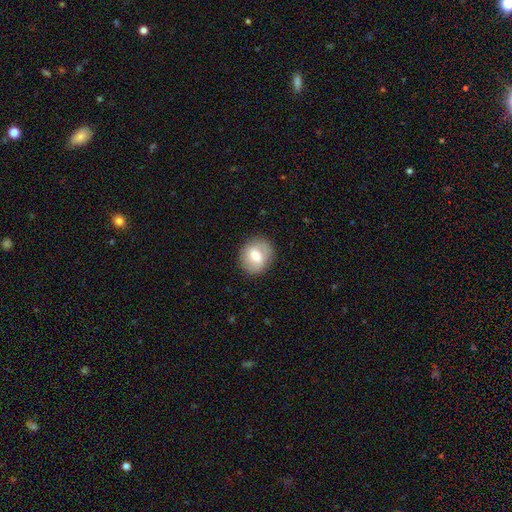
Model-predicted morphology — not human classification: This appears to be a smooth galaxy with no disk features (68%) that is round (70%). Merging: none (86%).